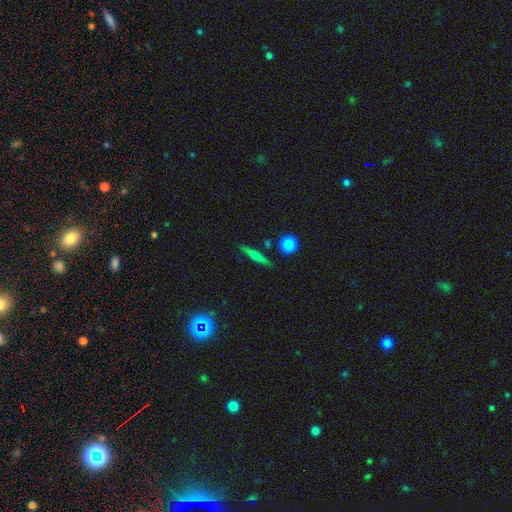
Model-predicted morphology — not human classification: Smooth or featured? Predicted: smooth (p=0.53). How rounded? Predicted: cigar-shaped (p=0.83). Merging? Predicted: none (p=0.85).